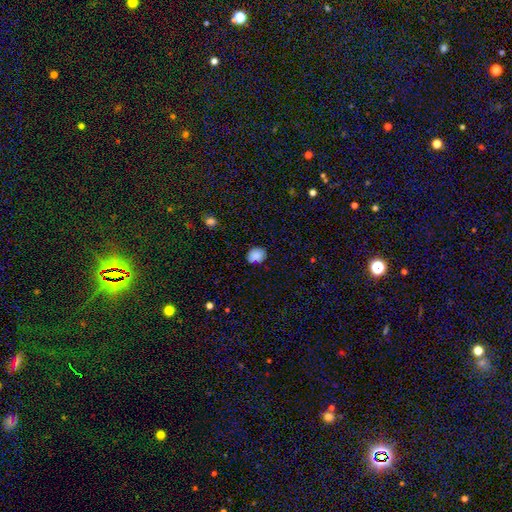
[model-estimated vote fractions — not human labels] This is clearly a smooth galaxy (85%). How rounded: likely round (68%). Merging: likely none (74%).